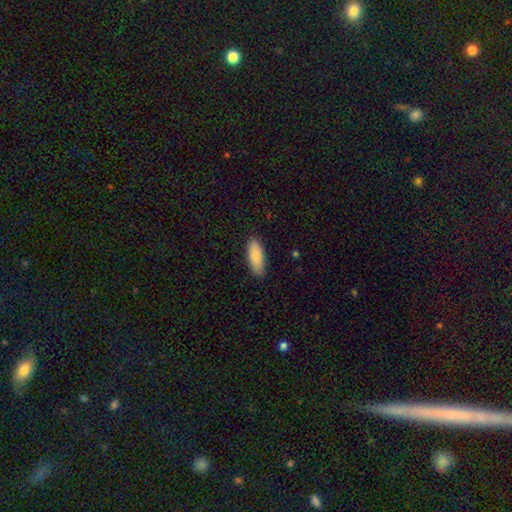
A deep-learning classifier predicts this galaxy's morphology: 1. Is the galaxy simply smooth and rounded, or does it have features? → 85% smooth, 9% featured or disk, 6% star or artifact.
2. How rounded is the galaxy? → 73% in between, 25% cigar-shaped, 2% round.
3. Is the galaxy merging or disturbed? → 86% none, 11% minor disturbance, 2% major disturbance, 1% merger.